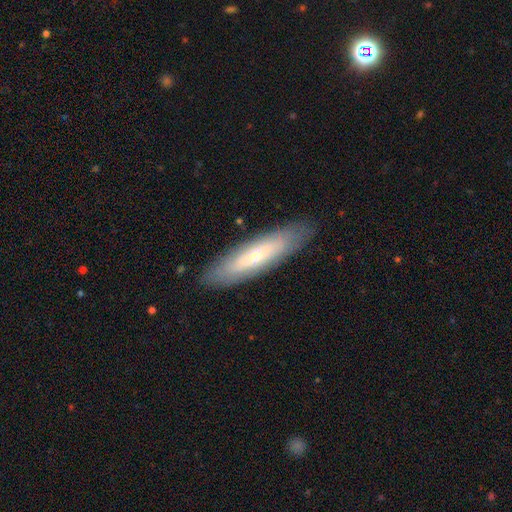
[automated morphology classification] Q: Smooth or featured?
A: smooth (50%); runner-up: featured or disk (43%)
Q: How rounded?
A: cigar-shaped (71%); runner-up: in between (27%)
Q: Merging?
A: none (86%); runner-up: minor disturbance (11%)